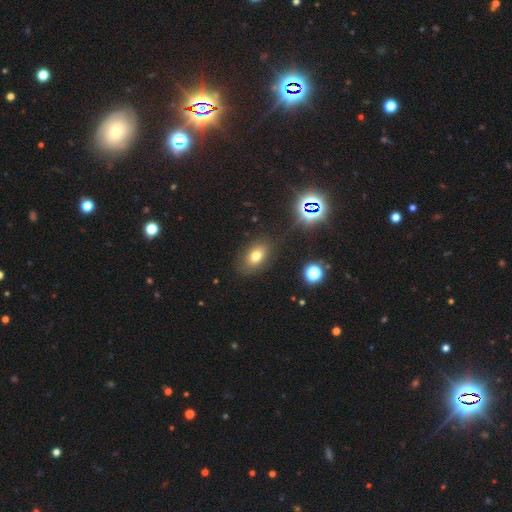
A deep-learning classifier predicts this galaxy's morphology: Smooth or featured? Predicted: smooth (p=0.70). How rounded? Predicted: in between (p=0.82). Merging? Predicted: none (p=0.82).